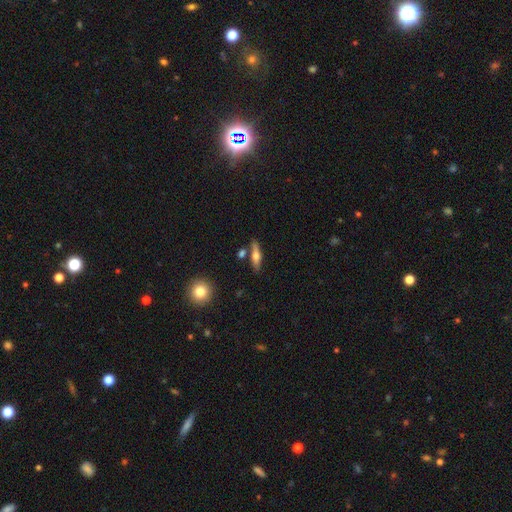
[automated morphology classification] featured or disk 47%, smooth 46%, star or artifact 7%. Down the decision tree: merging — none (77%).